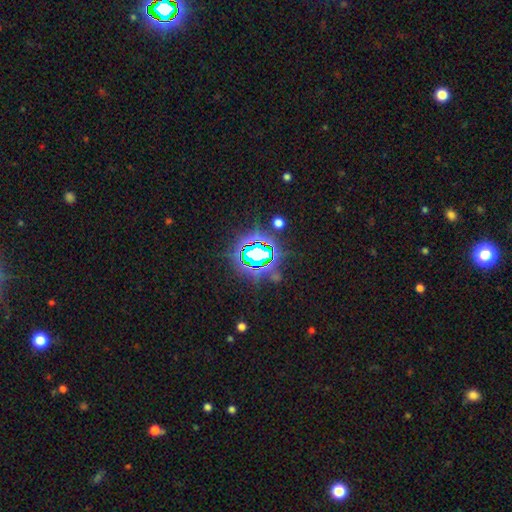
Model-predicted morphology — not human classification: Smooth or featured?
  - star or artifact: 79% *
  - smooth: 12%
  - featured or disk: 10%